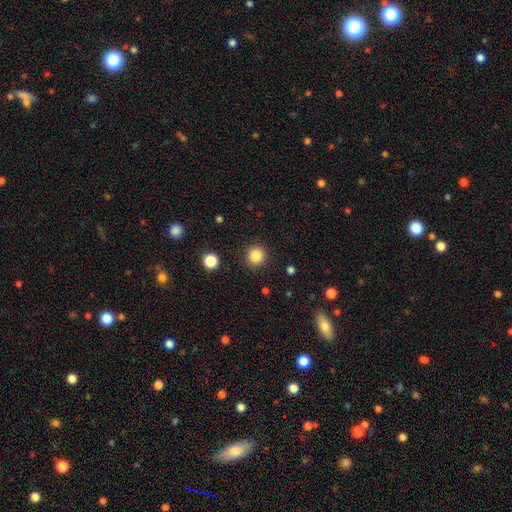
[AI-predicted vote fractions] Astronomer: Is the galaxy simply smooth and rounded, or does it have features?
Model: smooth — 85%.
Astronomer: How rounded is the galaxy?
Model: round — 94%.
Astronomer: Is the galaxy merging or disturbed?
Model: none — 91%.